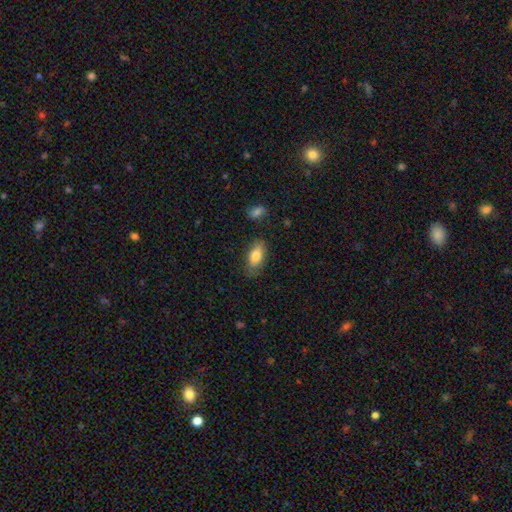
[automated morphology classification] type=smooth (79%); roundness=in between (89%); merging=none (76%).